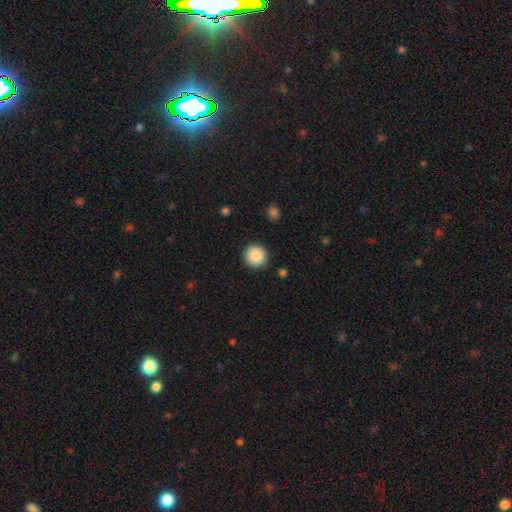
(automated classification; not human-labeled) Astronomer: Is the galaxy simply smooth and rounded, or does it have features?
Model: smooth — 88%.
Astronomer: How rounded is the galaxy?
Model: round — 95%.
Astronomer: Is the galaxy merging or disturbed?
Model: none — 92%.